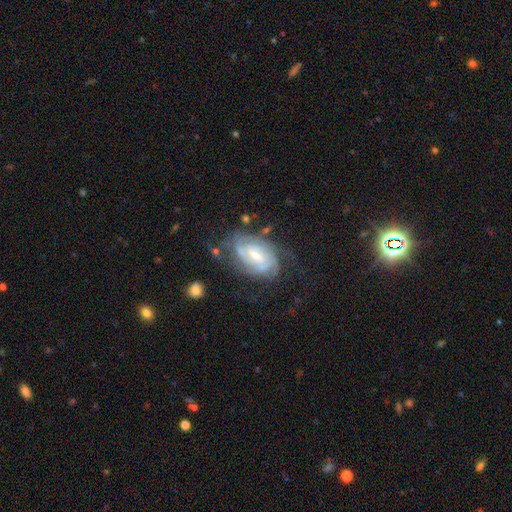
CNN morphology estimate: smooth_or_featured: featured or disk (p=0.85) [alt: smooth p=0.09]
disk_edge_on: no (p=0.97) [alt: yes p=0.03]
bar: weak (p=0.55) [alt: no p=0.23]
has_spiral_arms: yes (p=0.96) [alt: no p=0.04]
spiral_winding: tight (p=0.63) [alt: medium p=0.30]
spiral_arm_count: can't tell (p=0.30) [alt: 2 p=0.29]
bulge_size: small (p=0.47) [alt: moderate p=0.45]
merging: none (p=0.64) [alt: minor disturbance p=0.21]